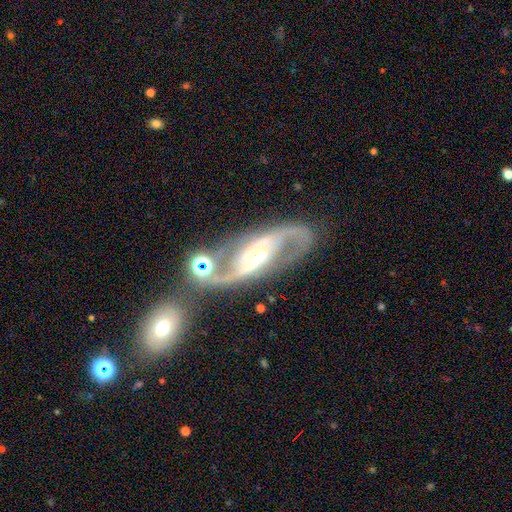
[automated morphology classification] Overall: featured or disk (89%). Edge-on disk: no (94%). Bar: weak (38%; strong 33%). Spiral arms: yes (95%). Spiral arm count: 2 (91%). Spiral winding: medium (55%; loose 30%). Bulge size: moderate (67%). Merging: none (67%).